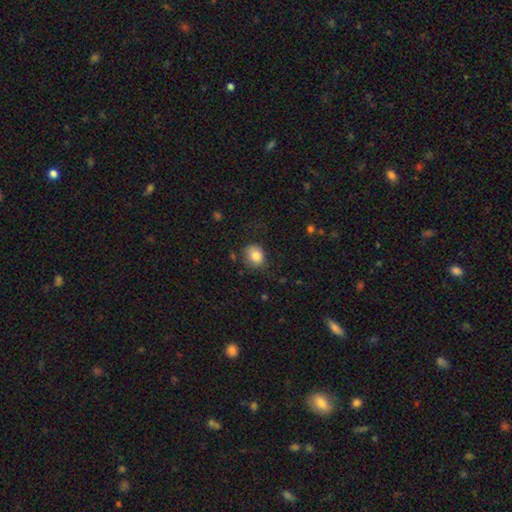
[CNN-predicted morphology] smooth 83%, star or artifact 10%, featured or disk 8%. Down the decision tree: how rounded — round (62%); merging — none (73%).